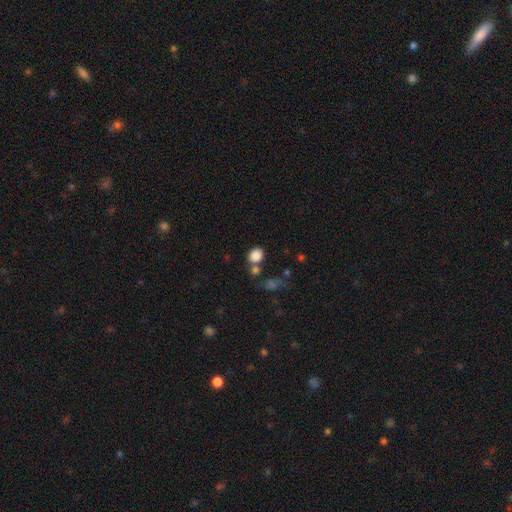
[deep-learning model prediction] Q: Smooth or featured?
A: smooth (85%); runner-up: star or artifact (10%)
Q: How rounded?
A: round (60%); runner-up: in between (39%)
Q: Merging?
A: none (62%); runner-up: merger (22%)